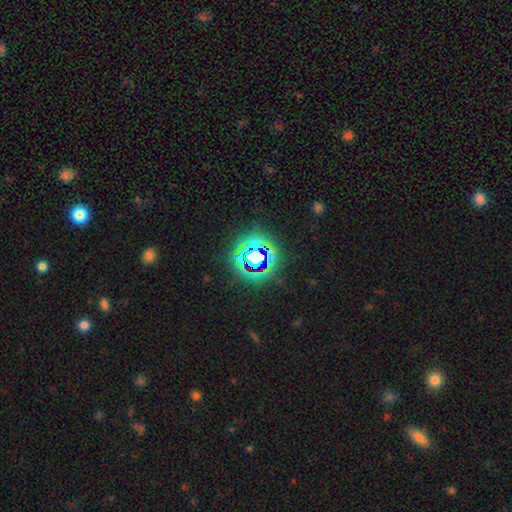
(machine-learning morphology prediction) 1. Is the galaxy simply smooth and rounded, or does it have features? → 75% star or artifact, 14% smooth, 11% featured or disk.